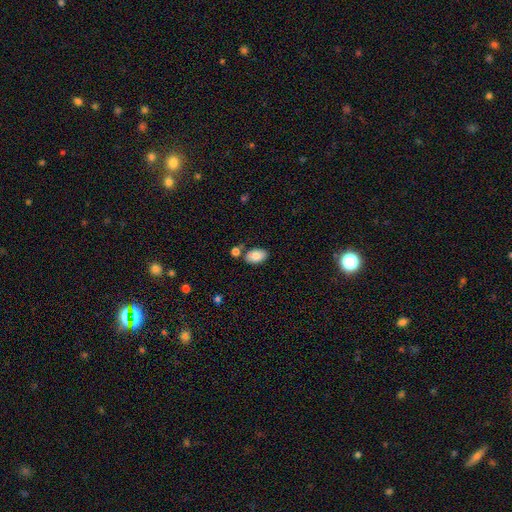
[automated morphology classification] The model was most divided on "merging": none: 71%, minor disturbance: 13%, merger: 12%, major disturbance: 3%. More confident: how rounded — in between (93%); smooth or featured — smooth (84%).